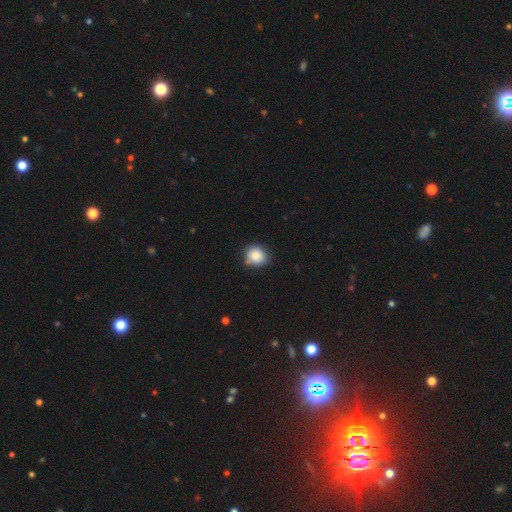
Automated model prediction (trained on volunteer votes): Morphology: type=smooth (86%); roundness=round (80%); merging=none (74%).